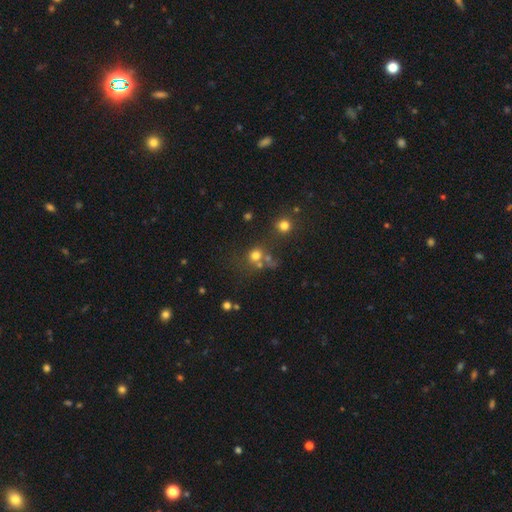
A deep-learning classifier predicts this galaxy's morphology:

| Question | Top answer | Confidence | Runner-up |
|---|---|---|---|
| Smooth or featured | smooth | 69% | star or artifact (20%) |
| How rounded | round | 80% | in between (19%) |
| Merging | none | 51% | merger (30%) |